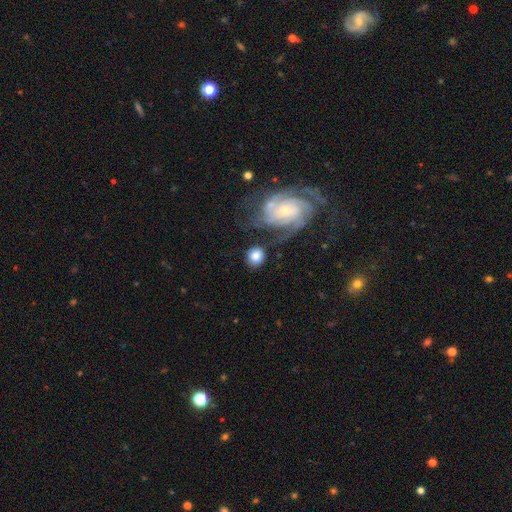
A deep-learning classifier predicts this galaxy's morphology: The model was most divided on "smooth or featured": smooth: 70%, featured or disk: 22%, star or artifact: 7%. More confident: how rounded — round (82%); merging — none (67%).